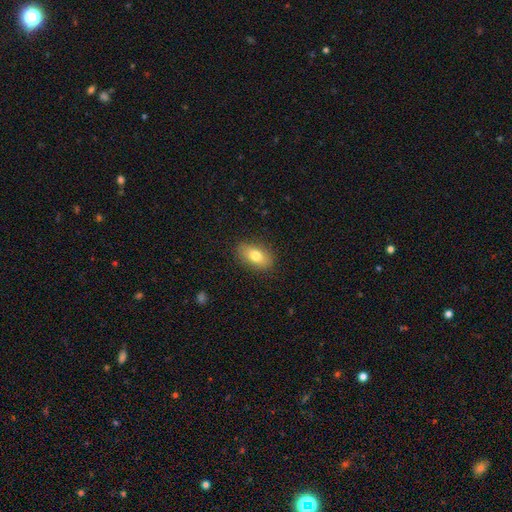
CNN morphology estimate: Smooth or featured? Predicted: smooth (p=0.78). How rounded? Predicted: in between (p=0.88). Merging? Predicted: none (p=0.86).